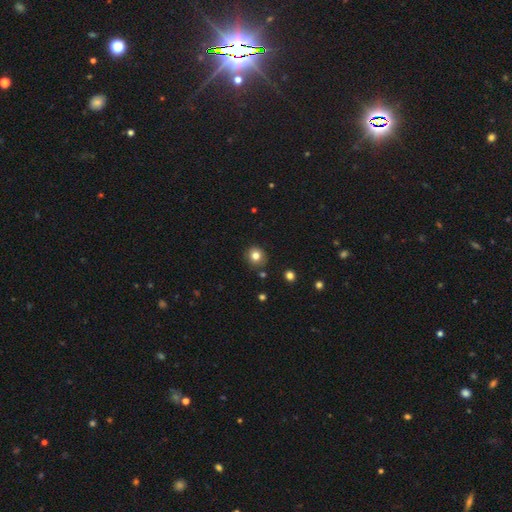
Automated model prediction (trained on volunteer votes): Smooth or featured? smooth (80%)
How rounded? round (88%)
Merging? none (85%)